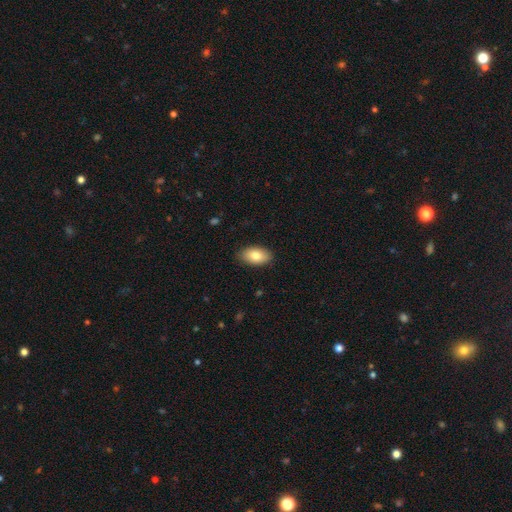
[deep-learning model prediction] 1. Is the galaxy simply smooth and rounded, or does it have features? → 81% smooth, 12% featured or disk, 7% star or artifact.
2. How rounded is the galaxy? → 93% in between, 5% round, 2% cigar-shaped.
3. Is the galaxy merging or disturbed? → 88% none, 9% minor disturbance, 2% major disturbance, 1% merger.